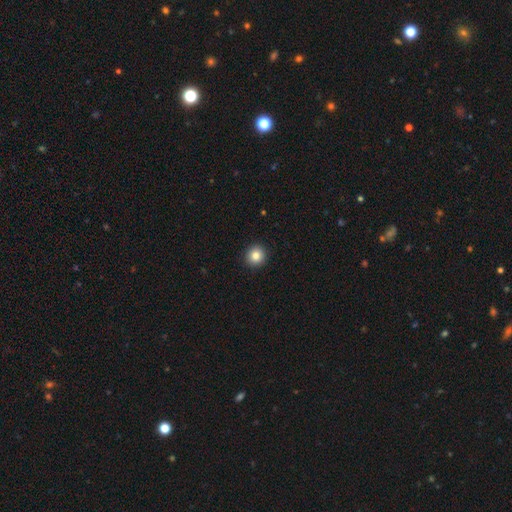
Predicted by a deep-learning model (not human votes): smooth-or-featured: smooth: 83% | star or artifact: 10% | featured or disk: 6%
  how-rounded: round: 93% | in between: 6% | cigar-shaped: 1%
  merging: none: 93% | minor disturbance: 5% | major disturbance: 1% | merger: 1%